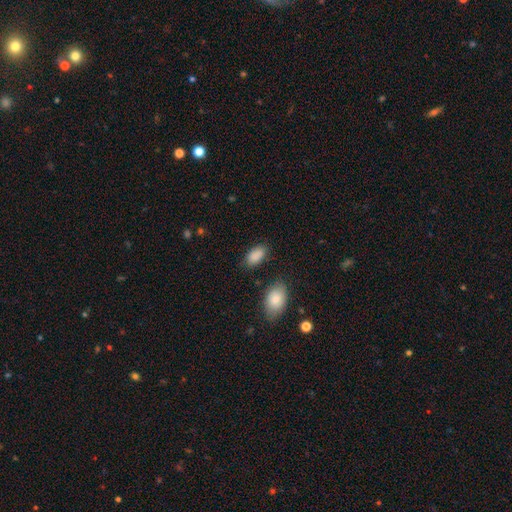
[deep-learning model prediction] This is clearly a smooth galaxy (89%). How rounded: clearly in between (93%). Merging: clearly none (80%).